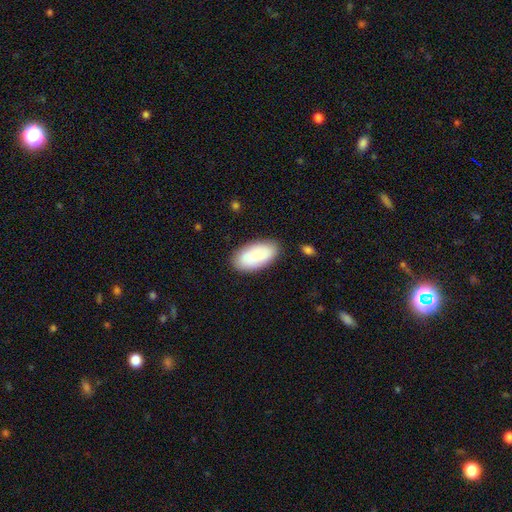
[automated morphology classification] smooth_or_featured: smooth (p=0.77) [alt: featured or disk p=0.17]
how_rounded: in between (p=0.95) [alt: round p=0.03]
merging: none (p=0.82) [alt: minor disturbance p=0.13]